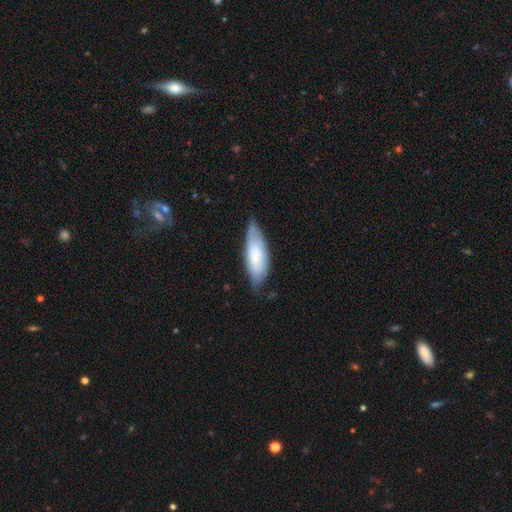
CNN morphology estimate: smooth_or_featured: smooth (p=0.71) [alt: featured or disk p=0.23]
how_rounded: in between (p=0.64) [alt: cigar-shaped p=0.34]
merging: none (p=0.66) [alt: minor disturbance p=0.28]